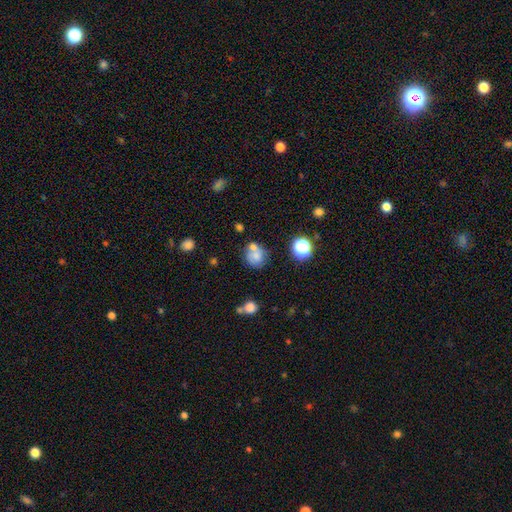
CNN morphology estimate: A smooth galaxy with no disk features (70%) that is round (78%). Merging: none (47%).